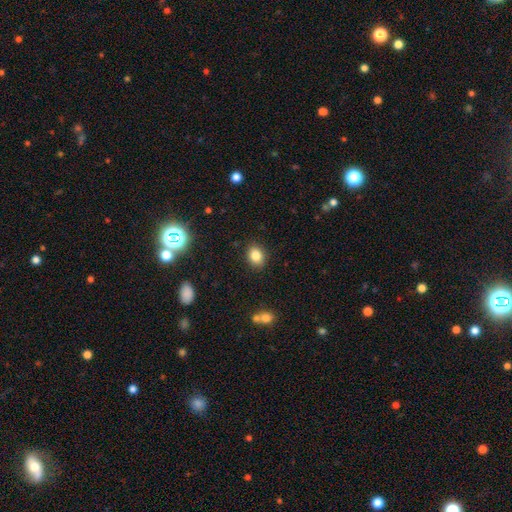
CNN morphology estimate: smooth-or-featured: smooth: 83% | star or artifact: 11% | featured or disk: 7%
  how-rounded: in between: 53% | round: 46% | cigar-shaped: 1%
  merging: none: 88% | minor disturbance: 9% | major disturbance: 2% | merger: 1%